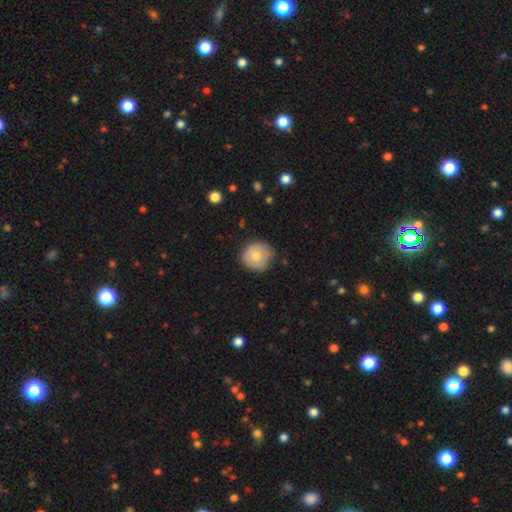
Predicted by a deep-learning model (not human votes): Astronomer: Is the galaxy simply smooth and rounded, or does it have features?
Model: smooth — 69%.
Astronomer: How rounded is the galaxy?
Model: round — 91%.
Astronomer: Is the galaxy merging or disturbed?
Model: none — 78%.